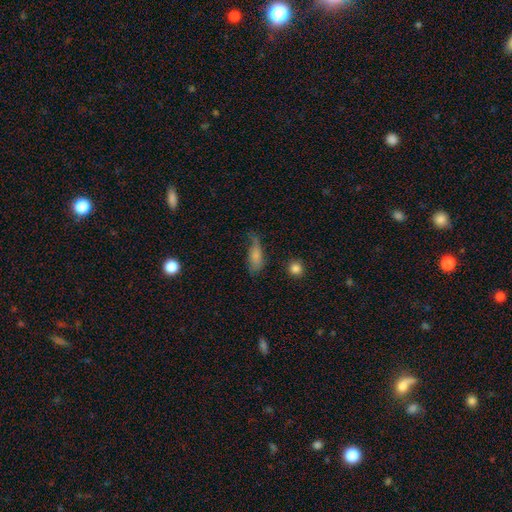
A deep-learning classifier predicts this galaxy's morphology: Smooth or featured: smooth — 72% (featured or disk — 19%)
How rounded: in between — 76% (cigar-shaped — 20%)
Merging: none — 39% (minor disturbance — 35%)